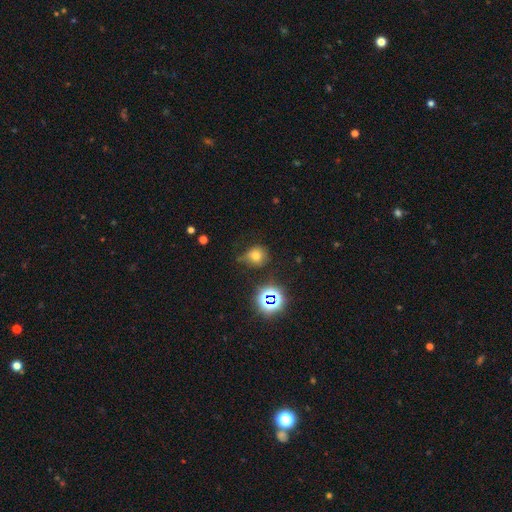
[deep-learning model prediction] smooth 66%, star or artifact 23%, featured or disk 10%. Down the decision tree: how rounded — round (79%); merging — none (56%).